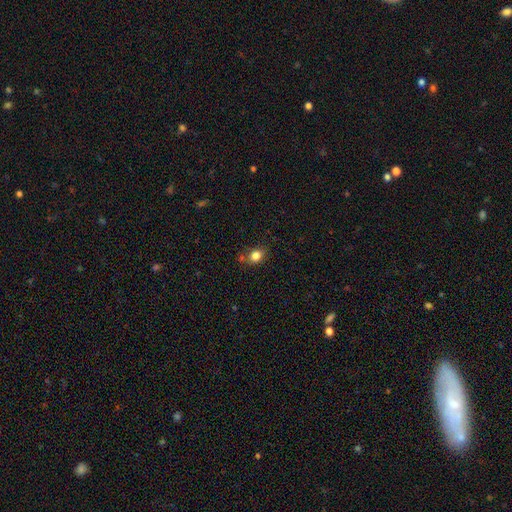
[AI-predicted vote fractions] Q: Smooth or featured?
A: smooth (82%); runner-up: star or artifact (11%)
Q: How rounded?
A: in between (56%); runner-up: round (43%)
Q: Merging?
A: none (72%); runner-up: minor disturbance (17%)